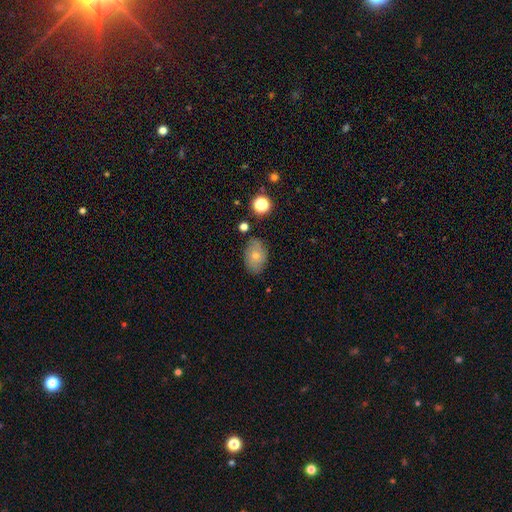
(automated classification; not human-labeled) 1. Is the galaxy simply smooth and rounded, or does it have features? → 70% smooth, 21% featured or disk, 9% star or artifact.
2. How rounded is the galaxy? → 82% in between, 16% round, 1% cigar-shaped.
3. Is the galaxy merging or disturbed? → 77% none, 16% minor disturbance, 4% major disturbance, 3% merger.